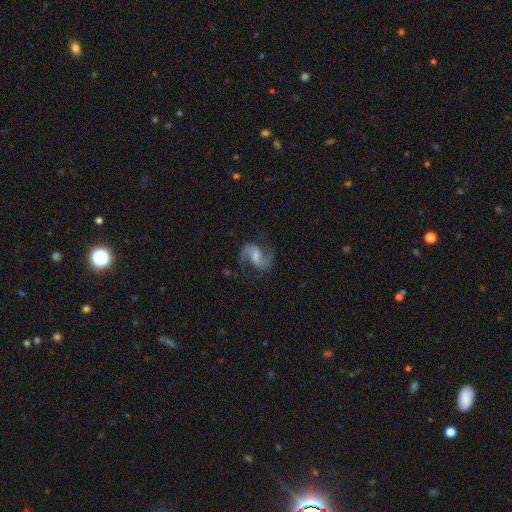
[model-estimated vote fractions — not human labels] This appears to be a featured or disk galaxy (90%) with a weak bar (52%), 2 (94%) medium (57%) spiral arms (98%) and a moderate central bulge (33%). Merging: none (79%).